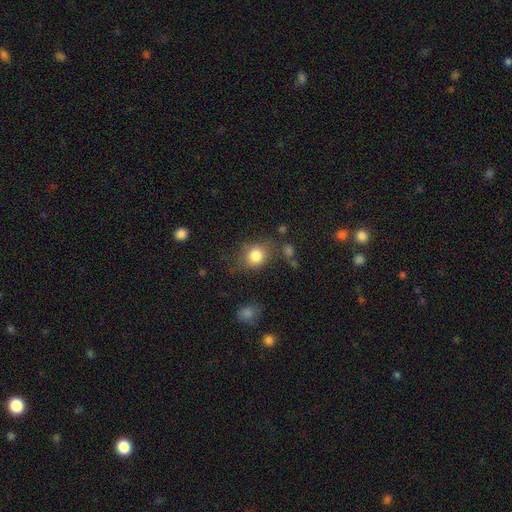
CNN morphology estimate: The model was most divided on "how rounded": round: 72%, in between: 27%, cigar-shaped: 1%. More confident: smooth or featured — smooth (83%); merging — none (69%).